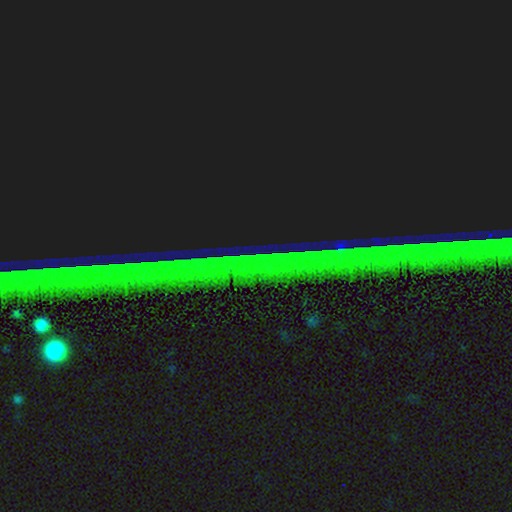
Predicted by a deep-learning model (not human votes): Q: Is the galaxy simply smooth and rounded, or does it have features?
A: star or artifact — 88%.